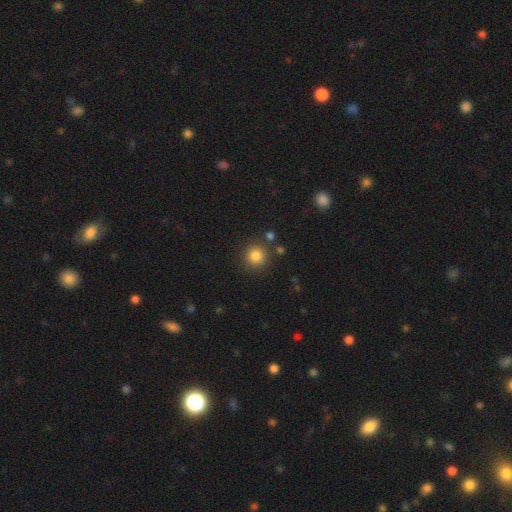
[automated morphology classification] type=smooth (84%); roundness=round (93%); merging=none (85%).